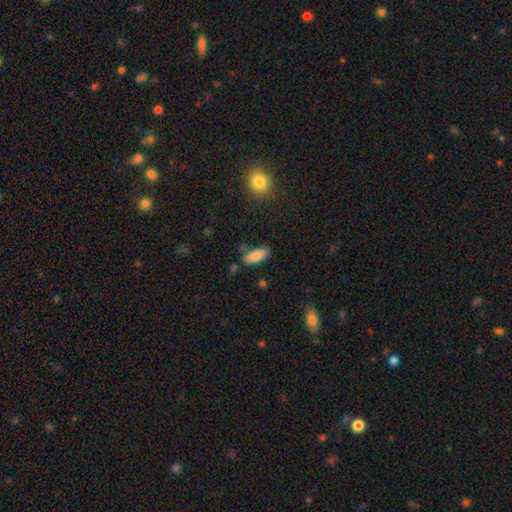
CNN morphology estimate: Smooth or featured? smooth (84%)
How rounded? in between (80%)
Merging? none (73%)